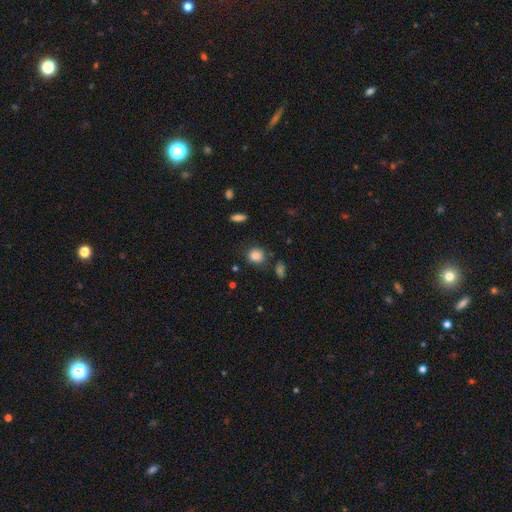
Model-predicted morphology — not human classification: This appears to be a smooth galaxy with no disk features (85%) that is round (79%). Merging: none (80%).